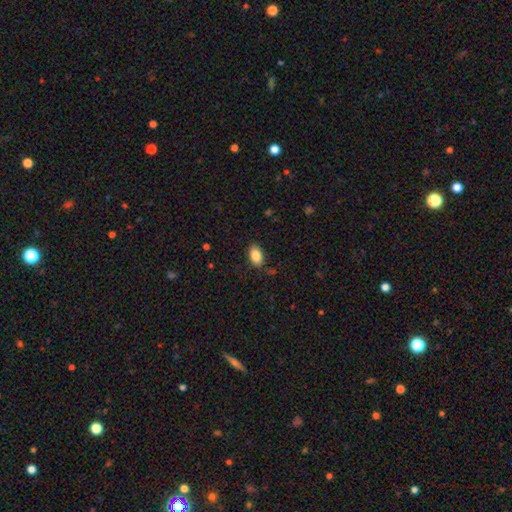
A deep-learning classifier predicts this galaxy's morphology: This appears to be a smooth galaxy with no disk features (85%) that is in between round and cigar-shaped (91%). Merging: none (85%).